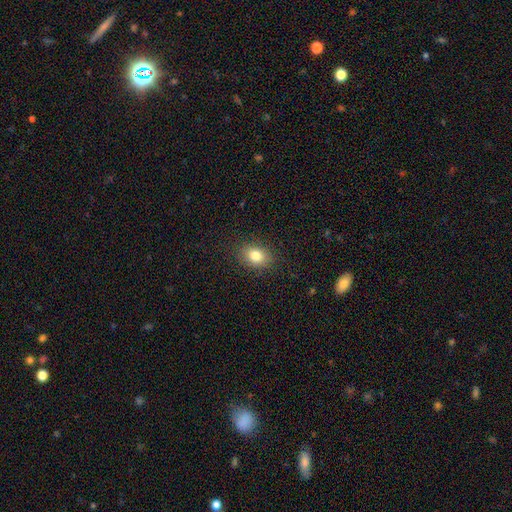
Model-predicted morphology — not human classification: smooth_or_featured: smooth (p=0.81) [alt: star or artifact p=0.10]
how_rounded: in between (p=0.66) [alt: round p=0.33]
merging: none (p=0.87) [alt: minor disturbance p=0.09]